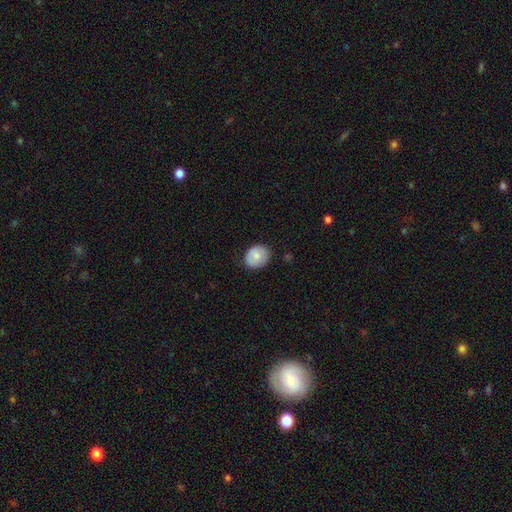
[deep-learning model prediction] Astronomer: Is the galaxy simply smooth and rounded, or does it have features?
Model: smooth — 73%.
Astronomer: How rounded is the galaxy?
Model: round — 54% (runner-up: in between, 46%).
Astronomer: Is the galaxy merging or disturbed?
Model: none — 78%.